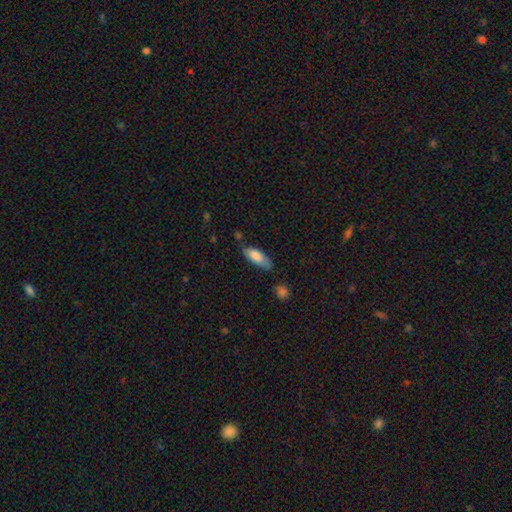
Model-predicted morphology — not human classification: The model was most divided on "merging": none: 61%, minor disturbance: 28%, major disturbance: 7%, merger: 5%. More confident: smooth or featured — smooth (79%); how rounded — in between (70%).